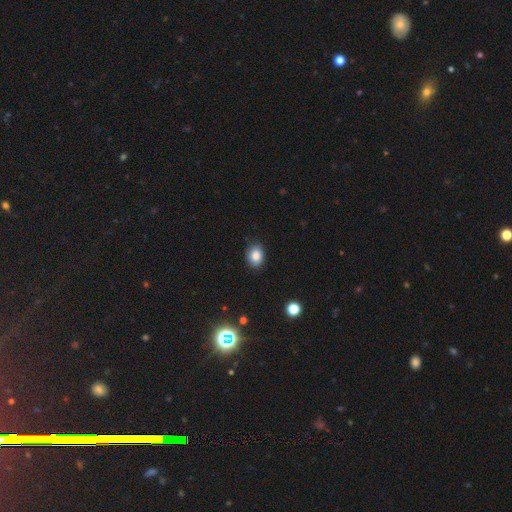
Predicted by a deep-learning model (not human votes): This appears to be a smooth galaxy with no disk features (85%) that is in between round and cigar-shaped (53%). Merging: none (85%).